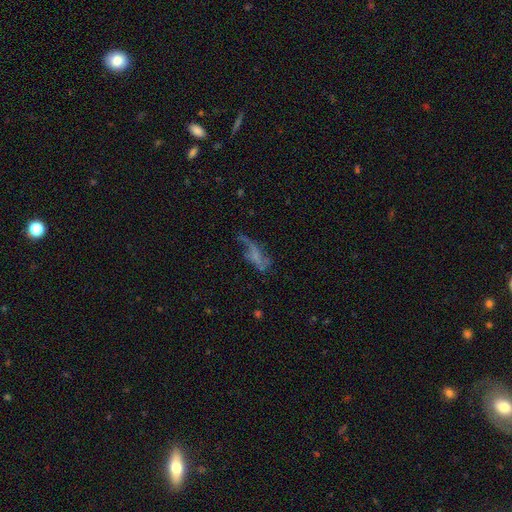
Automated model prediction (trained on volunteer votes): A featured or disk galaxy (52%). Merging: major disturbance (36%).